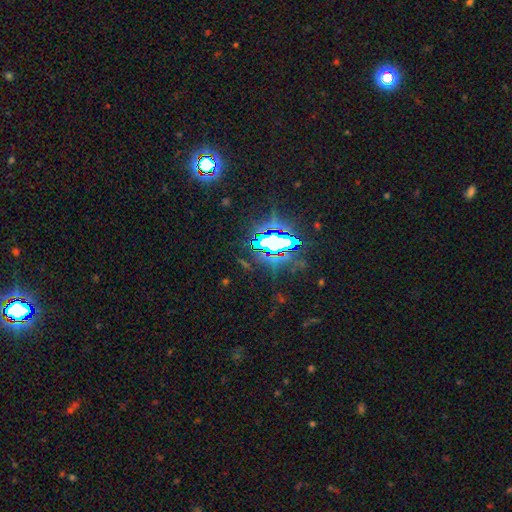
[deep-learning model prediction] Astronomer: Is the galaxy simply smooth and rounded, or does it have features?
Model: star or artifact — 83%.